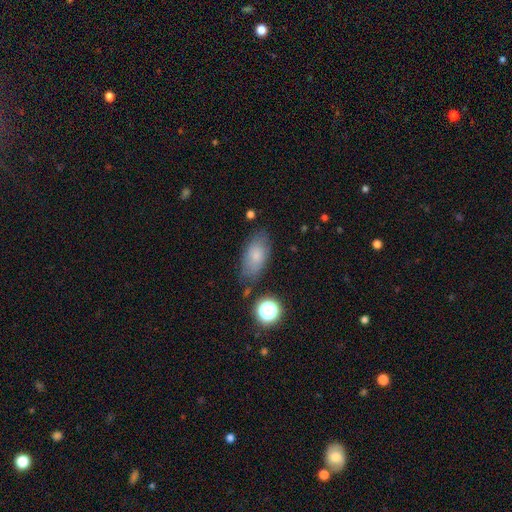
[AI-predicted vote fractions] Smooth or featured? smooth (76%)
How rounded? in between (90%)
Merging? none (73%)